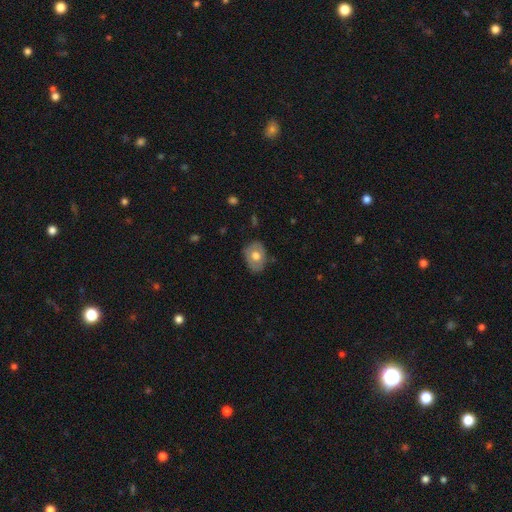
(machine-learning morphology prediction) Smooth or featured?
  - smooth: 61% *
  - featured or disk: 32%
  - star or artifact: 7%
How rounded?
  - in between: 70% *
  - round: 29%
  - cigar-shaped: 1%
Merging?
  - none: 76% *
  - minor disturbance: 18%
  - major disturbance: 4%
  - merger: 1%